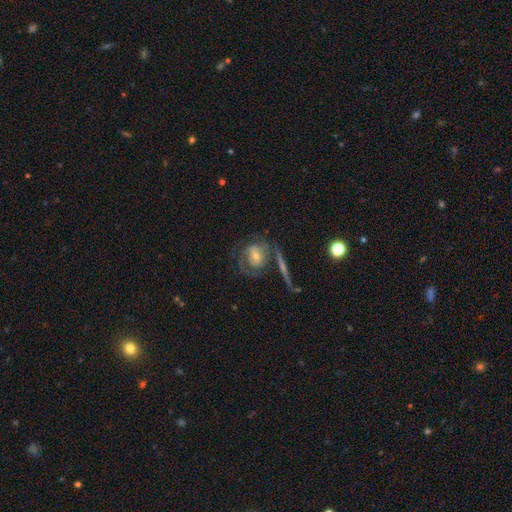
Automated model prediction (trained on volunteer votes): Overall: featured or disk (70%). Edge-on disk: no (91%). Bar: no (50%; weak 35%). Spiral arms: yes (76%). Bulge size: small (47%; moderate 44%). Merging: none (57%).